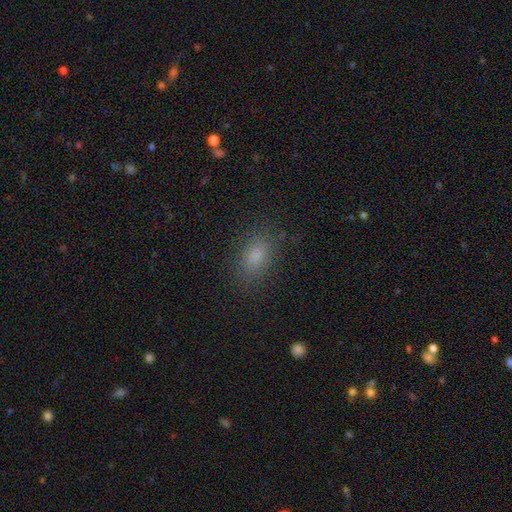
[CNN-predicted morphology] Q: Smooth or featured?
A: smooth (80%); runner-up: star or artifact (13%)
Q: How rounded?
A: in between (84%); runner-up: round (12%)
Q: Merging?
A: none (83%); runner-up: minor disturbance (11%)